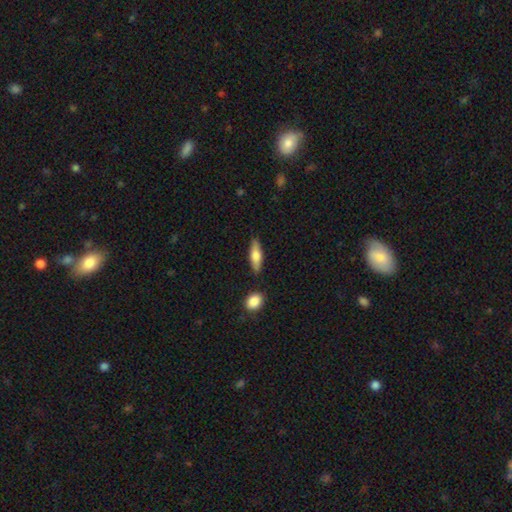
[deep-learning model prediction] smooth 64%, featured or disk 30%, star or artifact 6%. Down the decision tree: how rounded — cigar-shaped (50%); merging — none (83%).